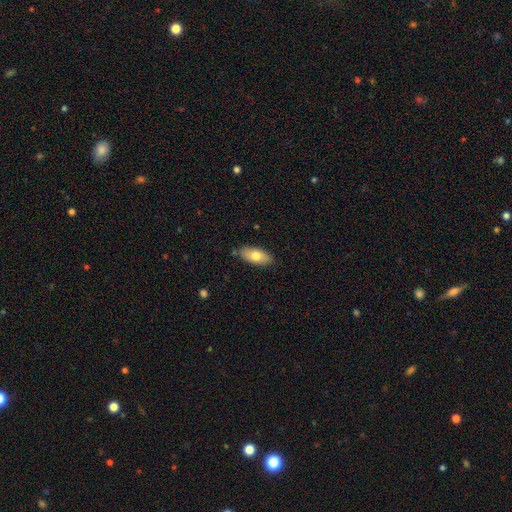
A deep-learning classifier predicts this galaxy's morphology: smooth_or_featured: smooth (p=0.74) [alt: featured or disk p=0.19]
how_rounded: in between (p=0.87) [alt: cigar-shaped p=0.10]
merging: none (p=0.83) [alt: minor disturbance p=0.13]